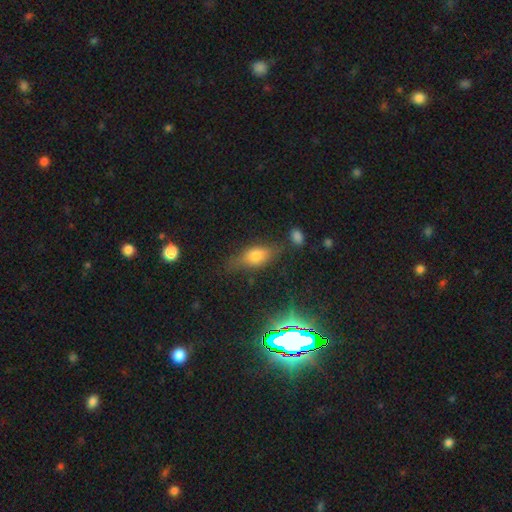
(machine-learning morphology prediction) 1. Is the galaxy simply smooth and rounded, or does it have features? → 62% smooth, 23% featured or disk, 15% star or artifact.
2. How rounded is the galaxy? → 77% in between, 13% cigar-shaped, 10% round.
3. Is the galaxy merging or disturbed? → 64% none, 23% minor disturbance, 9% major disturbance, 5% merger.